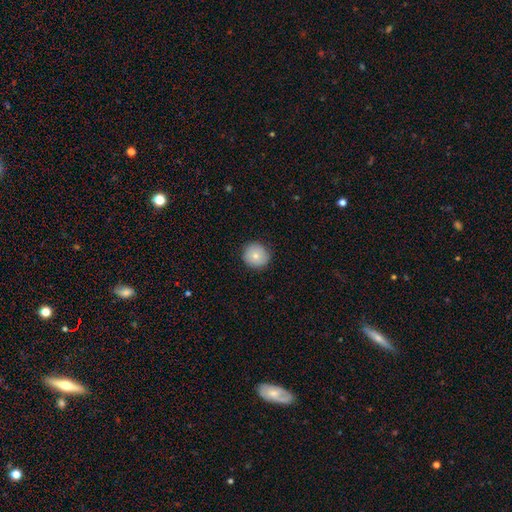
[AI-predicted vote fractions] smooth_or_featured: smooth (p=0.78) [alt: featured or disk p=0.14]
how_rounded: round (p=0.93) [alt: in between p=0.07]
merging: none (p=0.87) [alt: minor disturbance p=0.10]